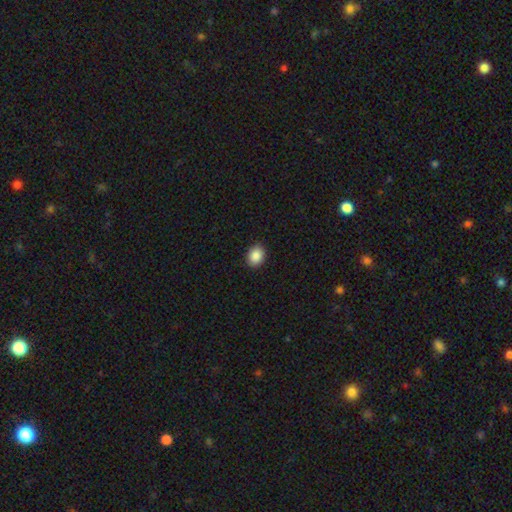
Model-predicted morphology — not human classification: Q: Smooth or featured?
A: smooth (88%); runner-up: star or artifact (8%)
Q: How rounded?
A: in between (62%); runner-up: round (37%)
Q: Merging?
A: none (90%); runner-up: minor disturbance (7%)